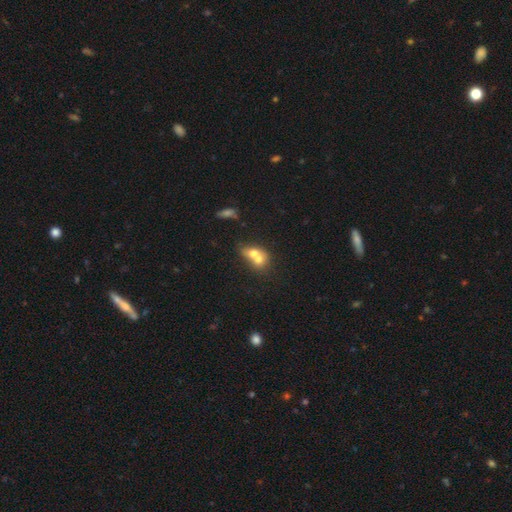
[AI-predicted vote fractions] A smooth galaxy with no disk features (64%) that is round (51%).

Vote fractions:
- Smooth or featured? smooth: 64% / featured or disk: 27% / star or artifact: 10%
- How rounded? round: 51% / in between: 47% / cigar-shaped: 2%
- Merging? merger: 74% / none: 17% / minor disturbance: 6% / major disturbance: 3%